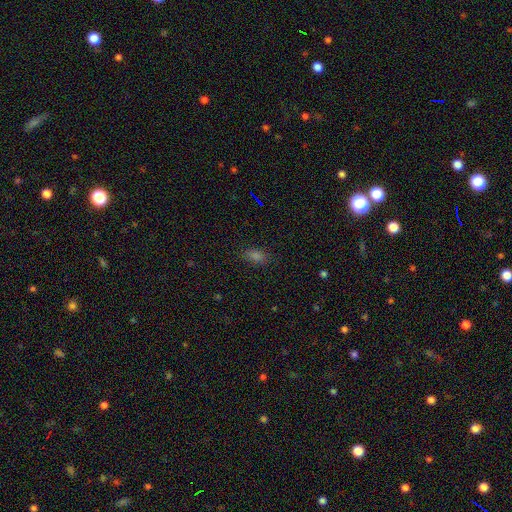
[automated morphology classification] smooth-or-featured: smooth: 69% | star or artifact: 24% | featured or disk: 7%
  how-rounded: in between: 83% | round: 11% | cigar-shaped: 6%
  merging: none: 85% | minor disturbance: 11% | major disturbance: 3% | merger: 1%